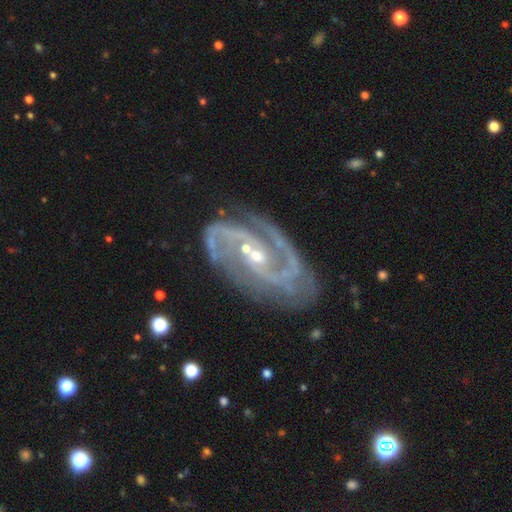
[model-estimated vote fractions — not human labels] featured or disk 92%, star or artifact 5%, smooth 3%. Down the decision tree: edge-on disk — no (97%); bar — weak (35%); spiral arms — yes (98%); spiral arm count — 2 (78%); spiral winding — medium (52%); bulge size — small (66%); merging — none (74%).